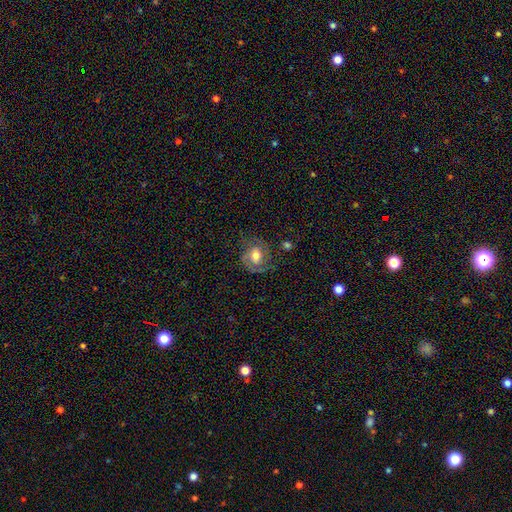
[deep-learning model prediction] Overall: featured or disk (58%; smooth 34%). Edge-on disk: no (97%). Bar: no (60%; weak 32%). Spiral arms: yes (84%). Bulge size: moderate (64%). Merging: none (62%).